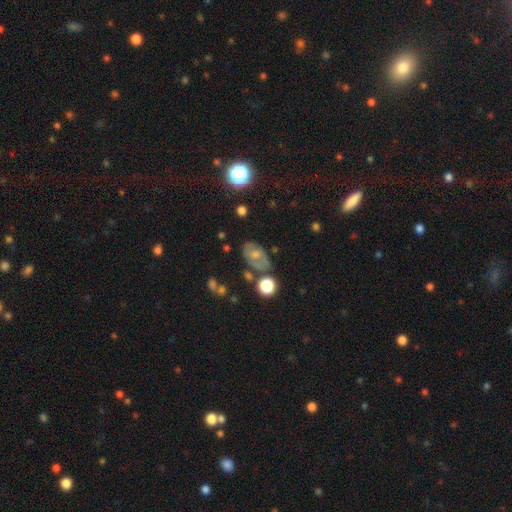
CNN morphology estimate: Smooth or featured: smooth — 46% (featured or disk — 41%)
Merging: none — 55% (minor disturbance — 25%)